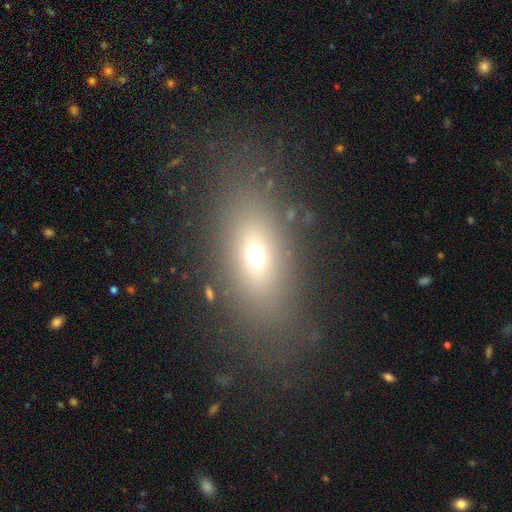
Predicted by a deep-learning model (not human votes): Overall: smooth (63%). How rounded: in between (74%). Merging: none (80%).